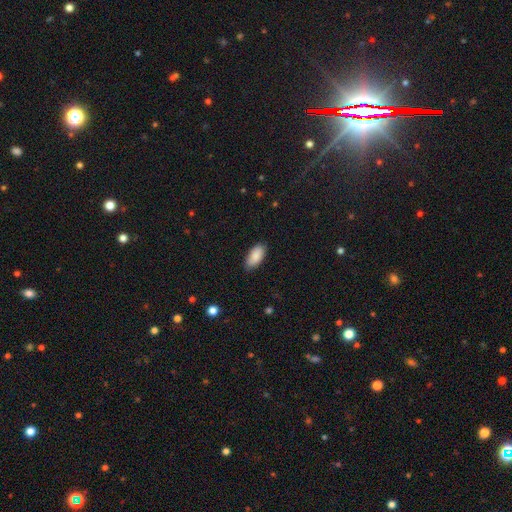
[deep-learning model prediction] The model was most divided on "merging": none: 83%, minor disturbance: 13%, major disturbance: 2%, merger: 1%. More confident: how rounded — in between (92%); smooth or featured — smooth (89%).